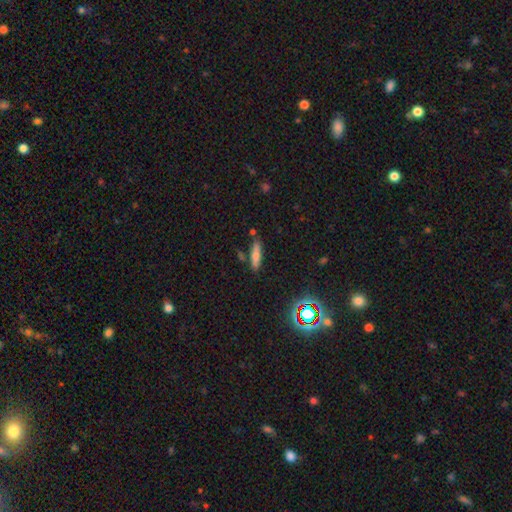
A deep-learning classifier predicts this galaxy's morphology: Smooth or featured? smooth (64%)
How rounded? cigar-shaped (68%)
Merging? none (79%)